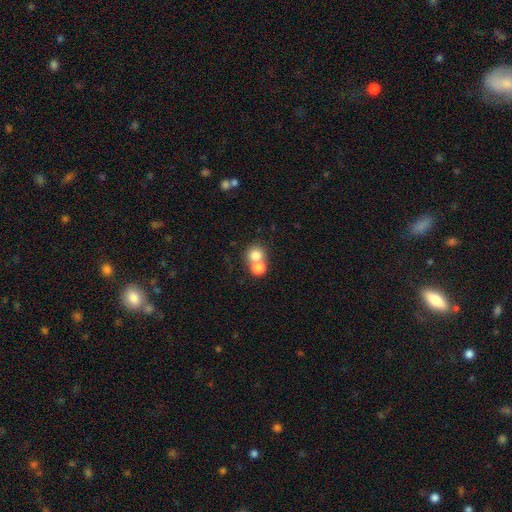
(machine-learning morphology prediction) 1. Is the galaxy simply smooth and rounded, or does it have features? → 77% smooth, 12% star or artifact, 11% featured or disk.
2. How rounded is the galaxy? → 84% round, 15% in between, 1% cigar-shaped.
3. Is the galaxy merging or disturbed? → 51% merger, 41% none, 5% minor disturbance, 3% major disturbance.